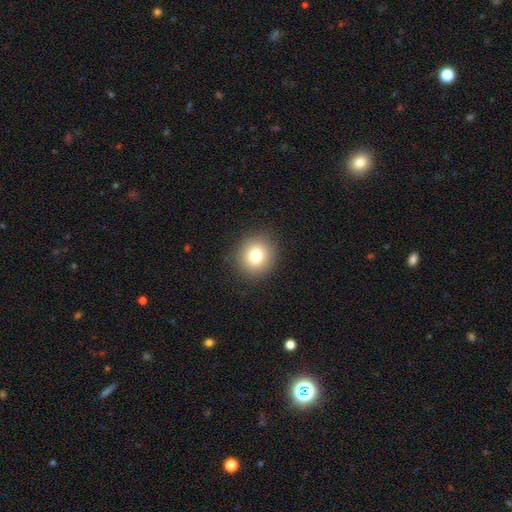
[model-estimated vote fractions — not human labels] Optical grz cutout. It shows a smooth galaxy with no disk features (79%) that is round (88%). Merging: none (90%).